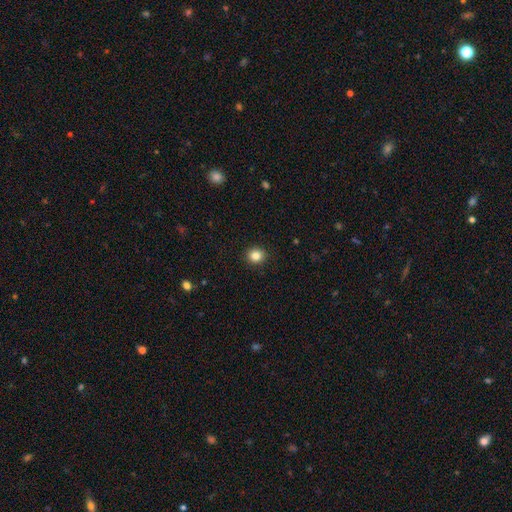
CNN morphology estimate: Smooth or featured?
  - smooth: 85% *
  - star or artifact: 10%
  - featured or disk: 5%
How rounded?
  - round: 85% *
  - in between: 14%
  - cigar-shaped: 1%
Merging?
  - none: 92% *
  - minor disturbance: 5%
  - major disturbance: 2%
  - merger: 1%